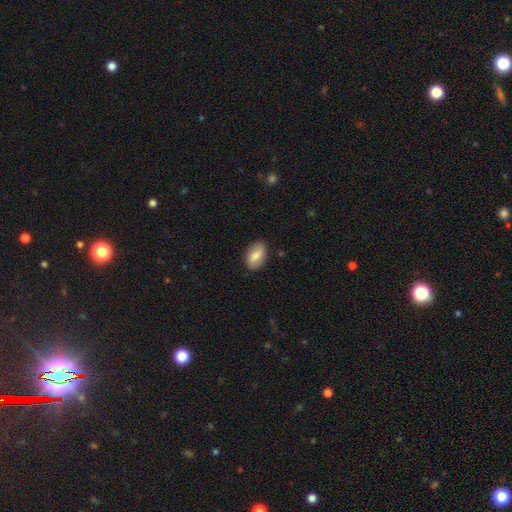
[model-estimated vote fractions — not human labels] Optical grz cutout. It shows a smooth galaxy with no disk features (80%) that is in between round and cigar-shaped (92%). Merging: none (84%).